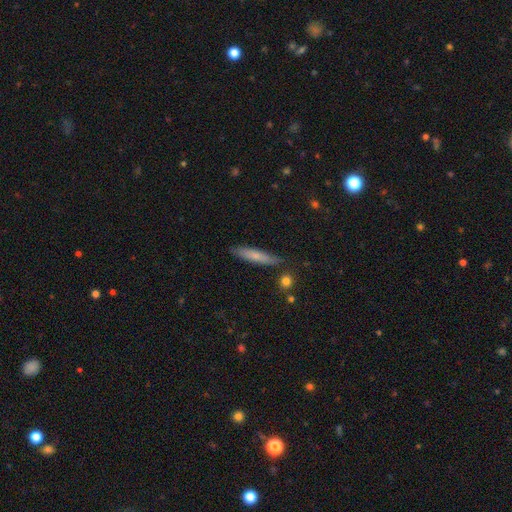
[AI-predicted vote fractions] Morphology: type=smooth (70%); roundness=cigar-shaped (89%); merging=none (84%).